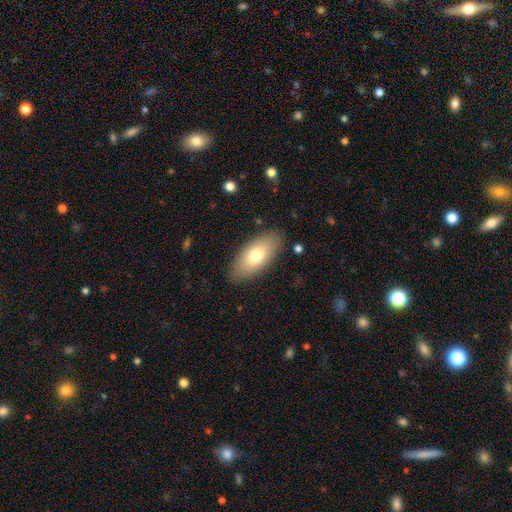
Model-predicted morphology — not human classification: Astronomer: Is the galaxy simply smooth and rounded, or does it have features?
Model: smooth — 73%.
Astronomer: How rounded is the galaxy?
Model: in between — 89%.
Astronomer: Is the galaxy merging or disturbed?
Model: none — 86%.